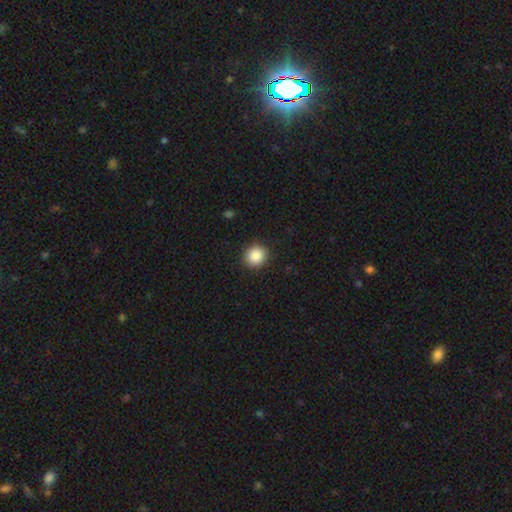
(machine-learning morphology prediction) The model was most divided on "how rounded": round: 89%, in between: 10%, cigar-shaped: 1%. More confident: merging — none (91%); smooth or featured — smooth (88%).